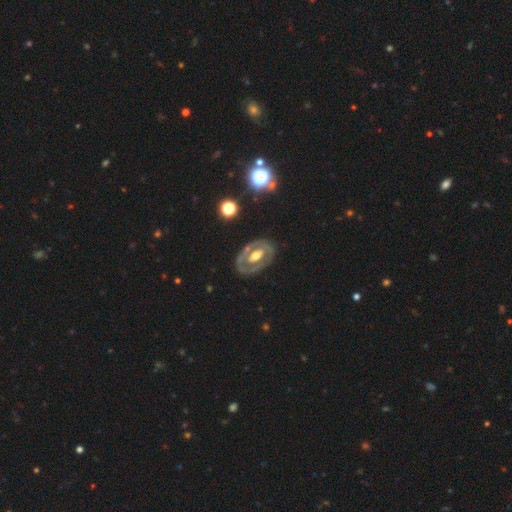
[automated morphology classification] Overall: featured or disk (74%). Edge-on disk: no (93%). Bar: no (45%; weak 30%). Spiral arms: no (61%; yes 39%). Bulge size: moderate (62%; large 23%). Merging: none (74%).